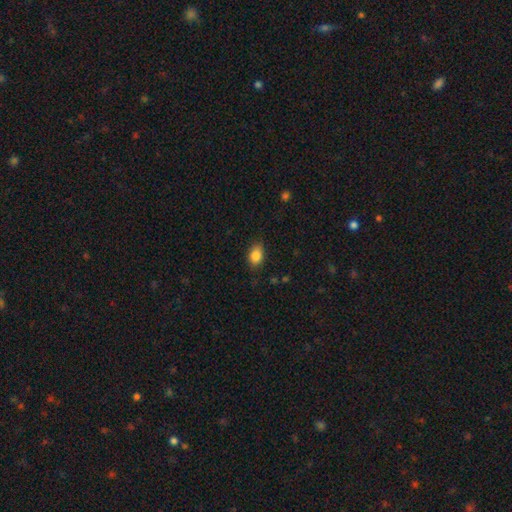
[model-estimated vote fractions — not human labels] This appears to be a smooth galaxy with no disk features (86%) that is in between round and cigar-shaped (80%). Merging: none (83%).